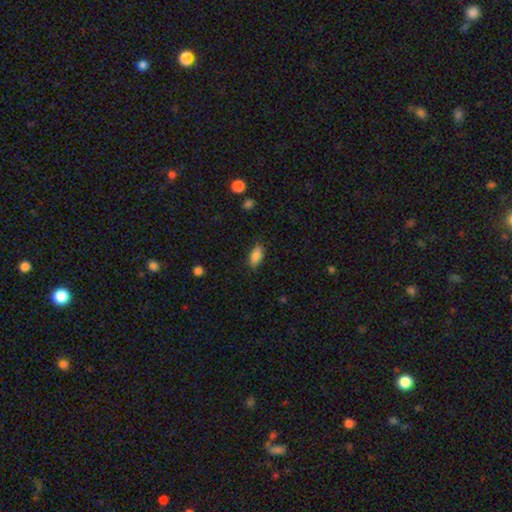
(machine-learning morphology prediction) Smooth or featured? smooth (87%)
How rounded? in between (88%)
Merging? none (82%)